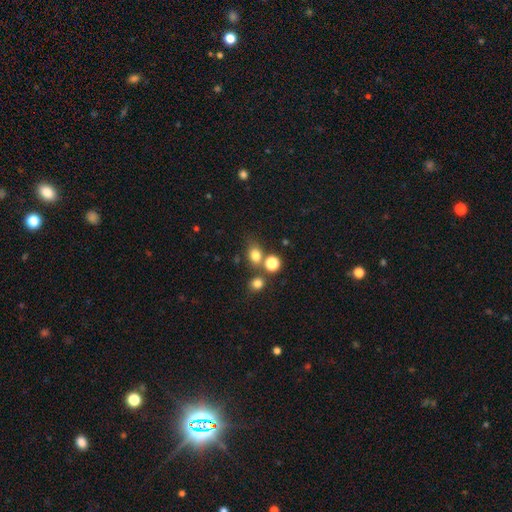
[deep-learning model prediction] Smooth or featured?
  - smooth: 77% *
  - star or artifact: 16%
  - featured or disk: 8%
How rounded?
  - round: 54% *
  - in between: 44%
  - cigar-shaped: 1%
Merging?
  - none: 59% *
  - merger: 22%
  - minor disturbance: 13%
  - major disturbance: 6%